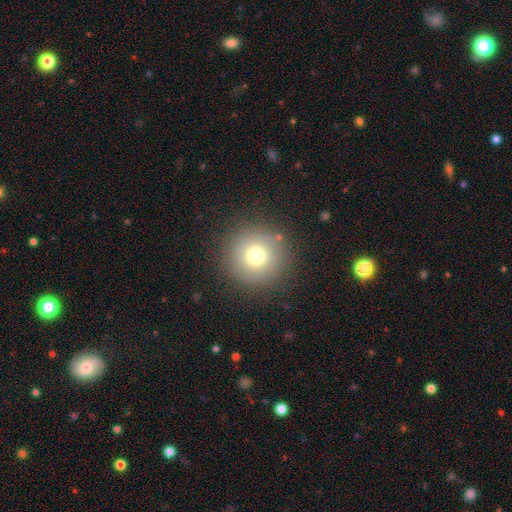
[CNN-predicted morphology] The model was most divided on "smooth or featured": smooth: 74%, star or artifact: 14%, featured or disk: 12%. More confident: how rounded — round (96%); merging — none (87%).